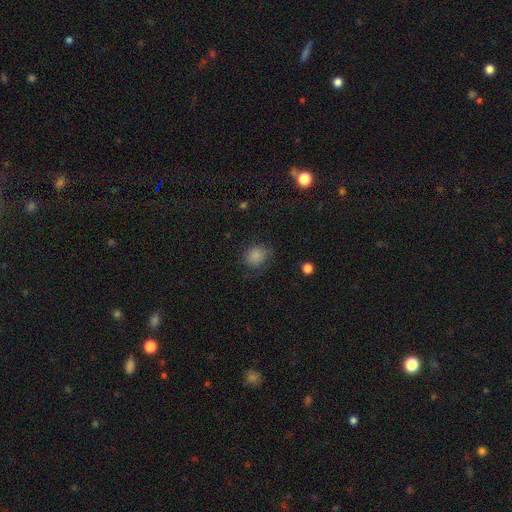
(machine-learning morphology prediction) smooth-or-featured: smooth: 83% | star or artifact: 11% | featured or disk: 6%
  how-rounded: round: 66% | in between: 33% | cigar-shaped: 1%
  merging: none: 68% | minor disturbance: 22% | major disturbance: 8% | merger: 1%